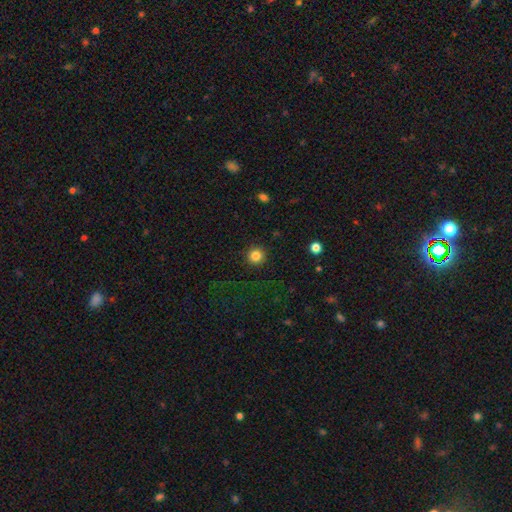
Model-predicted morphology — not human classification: Smooth or featured?
  - smooth: 84% *
  - star or artifact: 11%
  - featured or disk: 5%
How rounded?
  - round: 95% *
  - in between: 4%
  - cigar-shaped: 1%
Merging?
  - none: 92% *
  - minor disturbance: 5%
  - major disturbance: 2%
  - merger: 1%